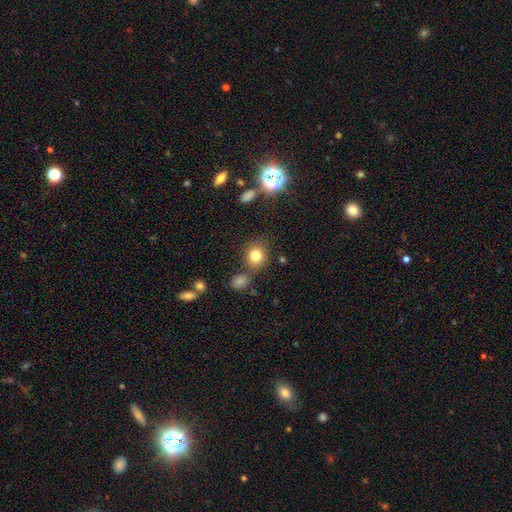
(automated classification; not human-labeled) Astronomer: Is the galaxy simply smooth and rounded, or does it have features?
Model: smooth — 80%.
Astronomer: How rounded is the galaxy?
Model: round — 80%.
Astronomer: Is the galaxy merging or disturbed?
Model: none — 74%.